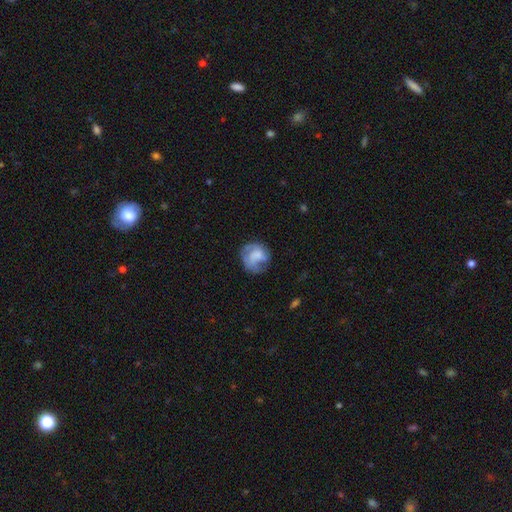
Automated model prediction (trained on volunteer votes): smooth_or_featured: featured or disk (p=0.48) [alt: smooth p=0.44]
merging: none (p=0.58) [alt: minor disturbance p=0.24]